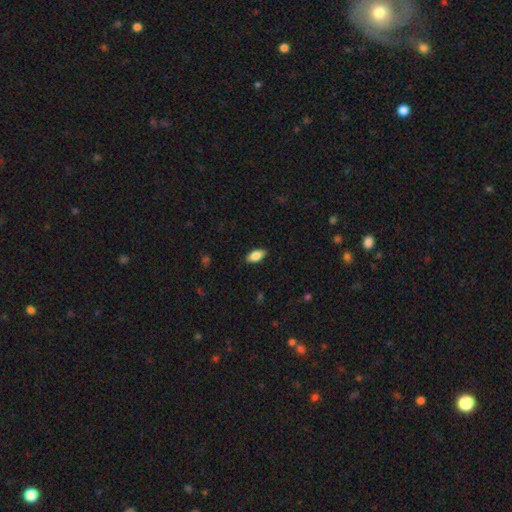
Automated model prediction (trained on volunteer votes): Smooth or featured: smooth — 83% (featured or disk — 10%)
How rounded: in between — 90% (cigar-shaped — 8%)
Merging: none — 86% (minor disturbance — 10%)